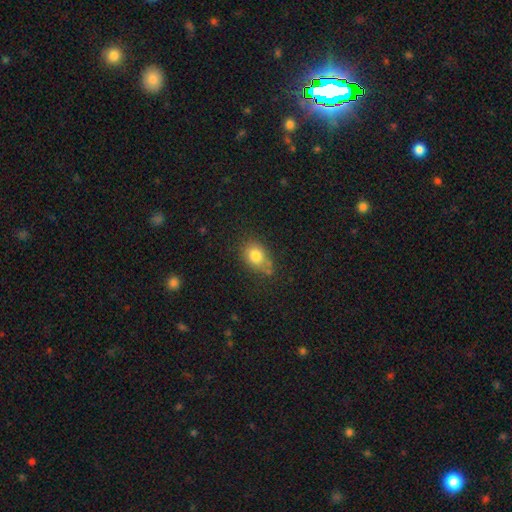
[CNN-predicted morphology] smooth_or_featured: smooth (p=0.80) [alt: featured or disk p=0.11]
how_rounded: in between (p=0.66) [alt: round p=0.33]
merging: none (p=0.59) [alt: minor disturbance p=0.25]